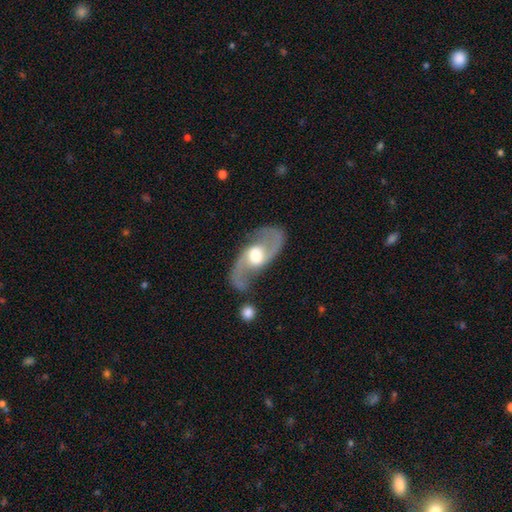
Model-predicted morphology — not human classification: type=featured or disk (90%); edge-on=no (96%); bar=weak (42%); spiral arms=yes (96%); winding=loose (53%); arm count=2 (94%); bulge=moderate (66%); merging=none (77%).